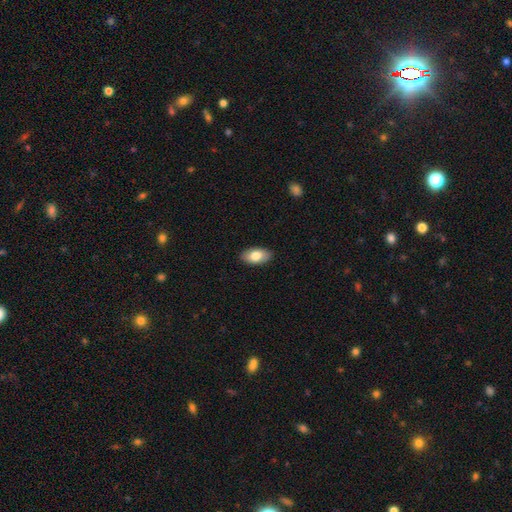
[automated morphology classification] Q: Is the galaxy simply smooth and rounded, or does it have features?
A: smooth — 80%.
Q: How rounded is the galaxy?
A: in between — 94%.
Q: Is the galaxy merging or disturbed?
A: none — 89%.